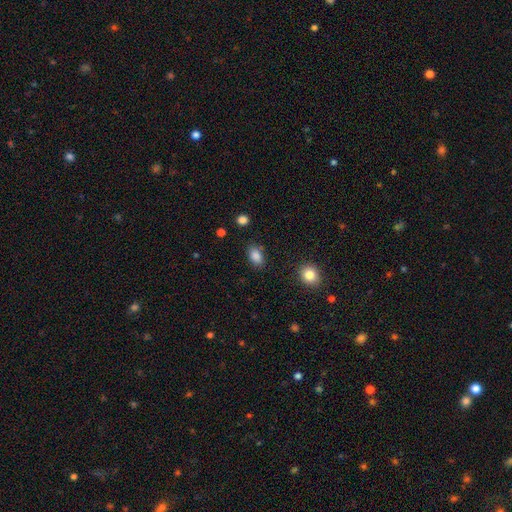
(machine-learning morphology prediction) Q: Smooth or featured?
A: smooth (86%); runner-up: star or artifact (9%)
Q: How rounded?
A: in between (86%); runner-up: round (12%)
Q: Merging?
A: none (83%); runner-up: minor disturbance (12%)